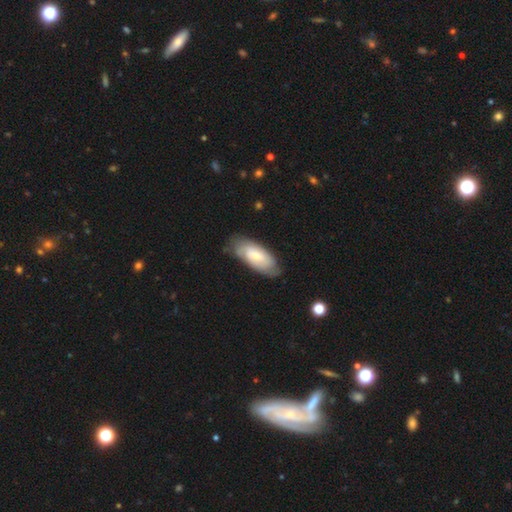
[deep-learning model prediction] smooth-or-featured: featured or disk: 50% | smooth: 44% | star or artifact: 5%
  disk-edge-on: no: 89% | yes: 11%
  merging: none: 69% | minor disturbance: 23% | major disturbance: 6% | merger: 2%